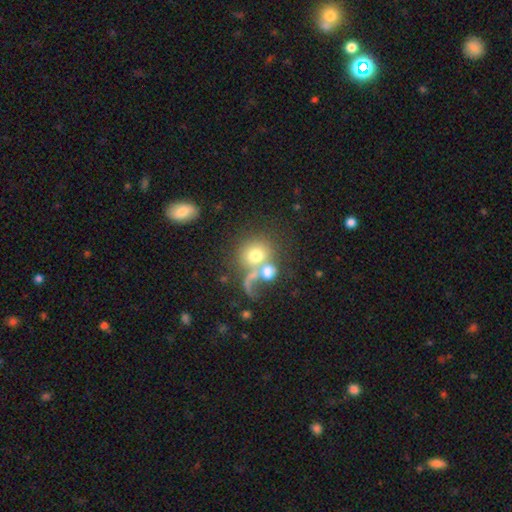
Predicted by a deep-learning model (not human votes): smooth 63%, featured or disk 25%, star or artifact 12%. Down the decision tree: how rounded — round (78%); merging — merger (48%).